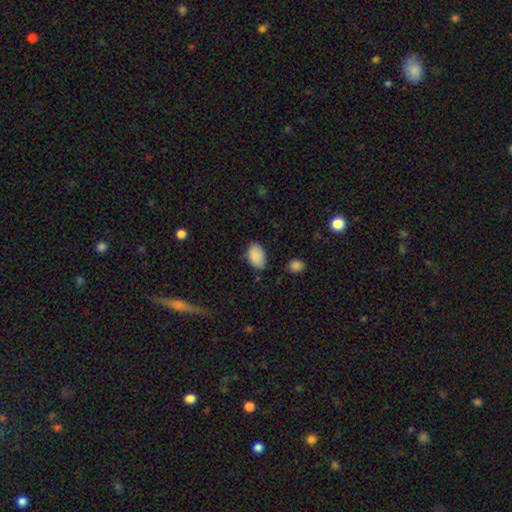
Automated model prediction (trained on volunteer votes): smooth-or-featured: smooth: 88% | star or artifact: 8% | featured or disk: 4%
  how-rounded: in between: 86% | round: 13% | cigar-shaped: 1%
  merging: none: 74% | minor disturbance: 20% | major disturbance: 4% | merger: 2%